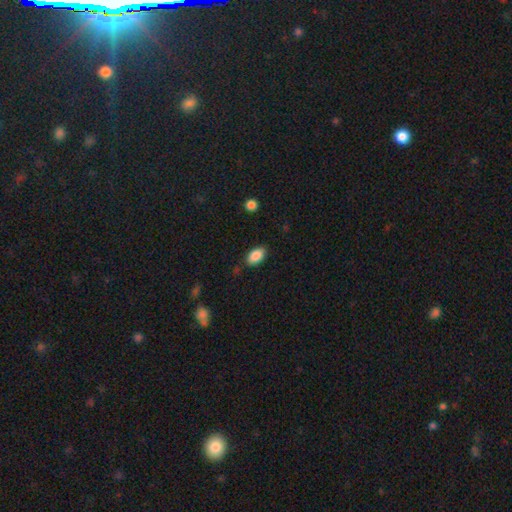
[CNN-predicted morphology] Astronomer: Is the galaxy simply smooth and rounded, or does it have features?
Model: smooth — 88%.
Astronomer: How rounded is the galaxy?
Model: in between — 93%.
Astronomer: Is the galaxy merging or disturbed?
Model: none — 84%.